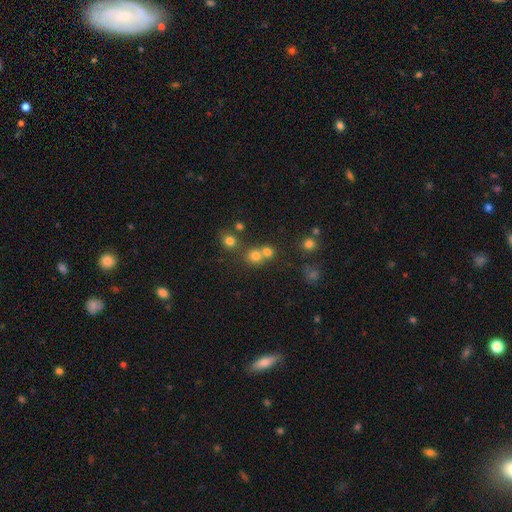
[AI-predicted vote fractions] Smooth or featured: smooth — 70% (star or artifact — 20%)
How rounded: round — 86% (in between — 13%)
Merging: none — 53% (merger — 38%)